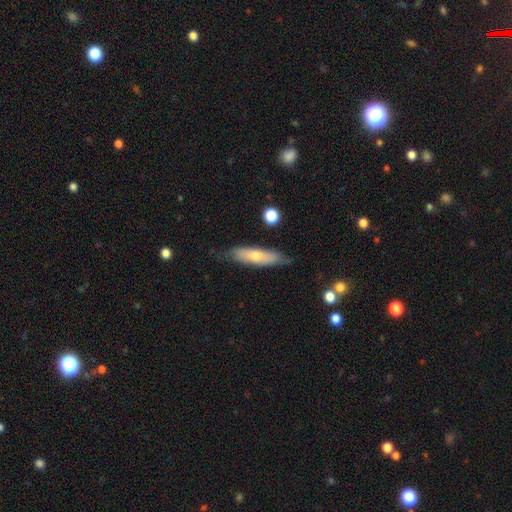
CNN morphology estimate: This appears to be a smooth galaxy with no disk features (58%) that is cigar-shaped (68%). Merging: none (74%).